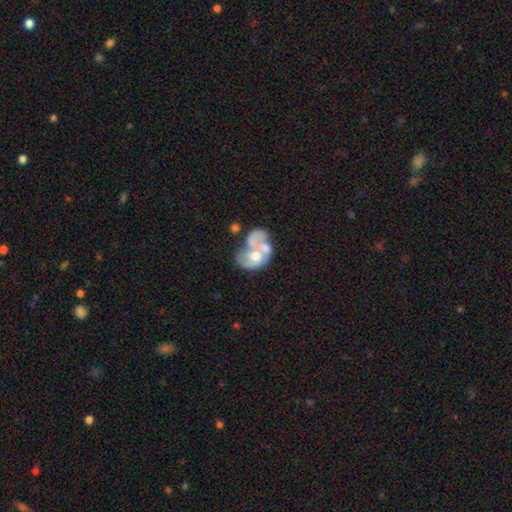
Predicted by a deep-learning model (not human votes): Smooth or featured?
  - featured or disk: 64% *
  - smooth: 28%
  - star or artifact: 8%
Edge-on disk?
  - no: 98% *
  - yes: 2%
Bar?
  - no: 81% *
  - weak: 16%
  - strong: 3%
Spiral arms?
  - no: 52% *
  - yes: 48%
Bulge size?
  - moderate: 59% *
  - small: 21%
  - large: 10%
  - none: 8%
  - dominant: 2%
Merging?
  - merger: 57% *
  - major disturbance: 17%
  - none: 15%
  - minor disturbance: 10%